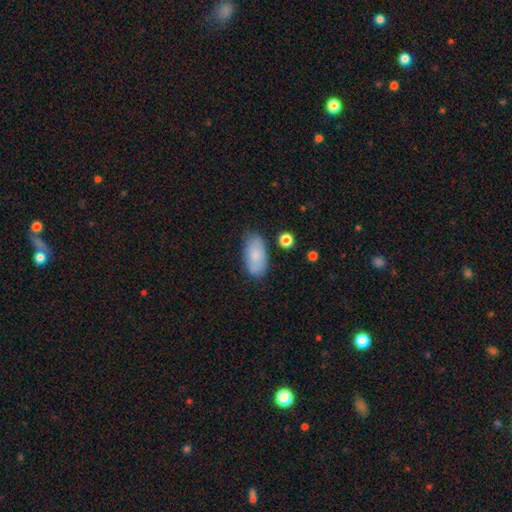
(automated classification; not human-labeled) Q: Smooth or featured?
A: smooth (80%); runner-up: featured or disk (13%)
Q: How rounded?
A: in between (93%); runner-up: cigar-shaped (4%)
Q: Merging?
A: none (75%); runner-up: minor disturbance (18%)